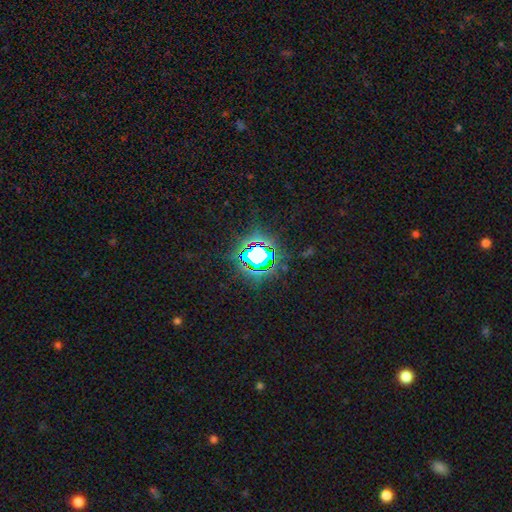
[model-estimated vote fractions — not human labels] The model was most divided on "smooth or featured": star or artifact: 75%, smooth: 15%, featured or disk: 11%.